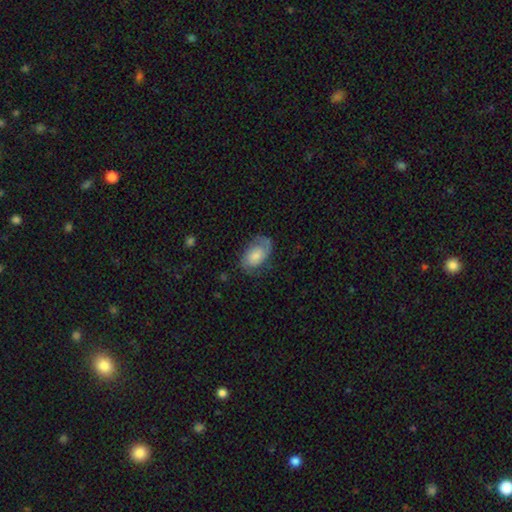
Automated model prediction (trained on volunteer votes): A featured or disk galaxy (48%).

Vote fractions:
- Smooth or featured? featured or disk: 48% / smooth: 44% / star or artifact: 8%
- Merging? none: 66% / minor disturbance: 22% / major disturbance: 10% / merger: 1%